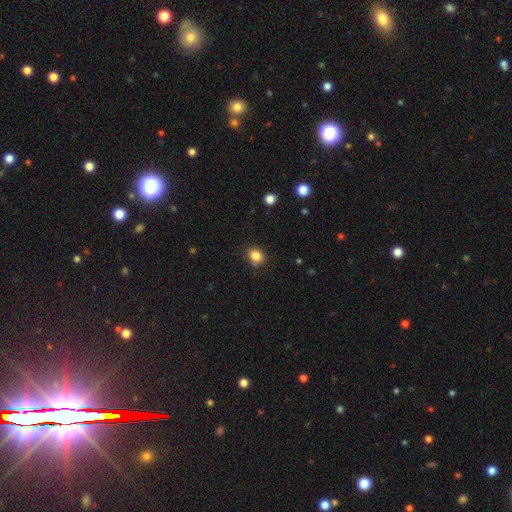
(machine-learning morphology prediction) Smooth or featured? smooth (84%)
How rounded? round (65%)
Merging? none (83%)